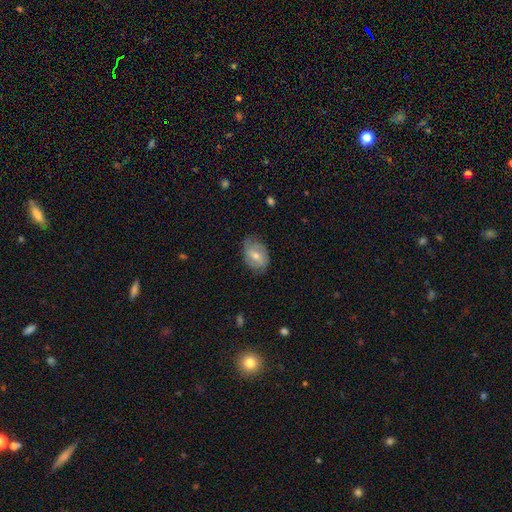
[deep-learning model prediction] Morphology: type=featured or disk (65%); edge-on=no (95%); bar=weak (46%); spiral arms=yes (84%); winding=tight (52%); arm count=2 (46%); bulge=moderate (58%); merging=none (72%).